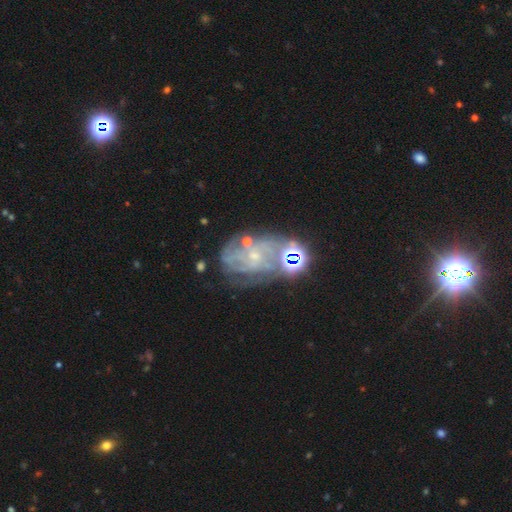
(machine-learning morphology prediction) smooth_or_featured: featured or disk (p=0.71) [alt: star or artifact p=0.18]
disk_edge_on: no (p=0.97) [alt: yes p=0.03]
bar: no (p=0.70) [alt: weak p=0.23]
has_spiral_arms: yes (p=0.79) [alt: no p=0.21]
spiral_winding: tight (p=0.50) [alt: medium p=0.34]
spiral_arm_count: can't tell (p=0.47) [alt: 2 p=0.15]
bulge_size: small (p=0.77) [alt: moderate p=0.12]
merging: none (p=0.50) [alt: minor disturbance p=0.19]